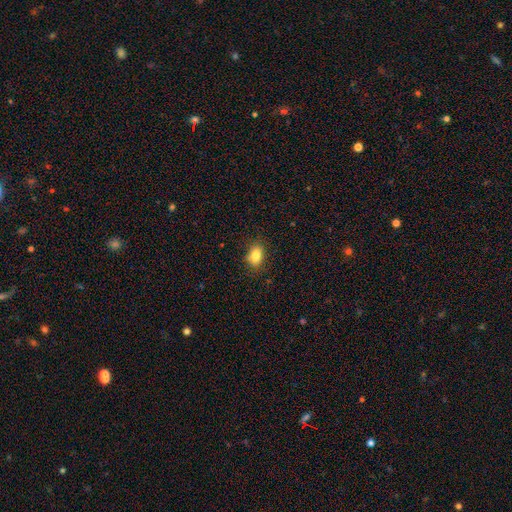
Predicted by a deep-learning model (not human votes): Morphology: type=smooth (83%); roundness=in between (81%); merging=none (84%).